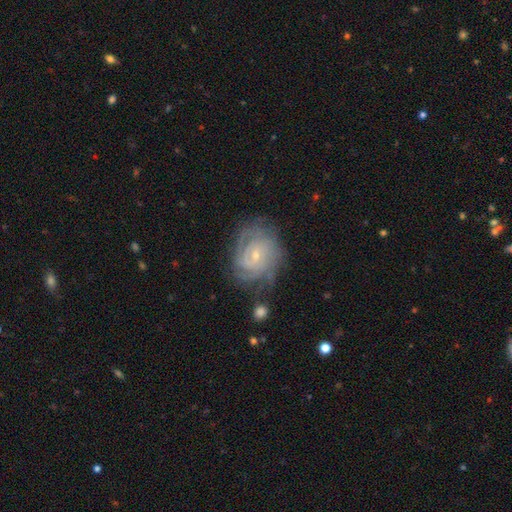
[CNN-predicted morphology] A featured or disk galaxy (83%) with no bar (62%), tight (71%) spiral arms (95%) and a small central bulge (75%).

Vote fractions:
- Smooth or featured? featured or disk: 83% / smooth: 10% / star or artifact: 7%
- Edge-on disk? no: 97% / yes: 3%
- Bar? no: 62% / weak: 32% / strong: 6%
- Spiral arms? yes: 95% / no: 5%
- Spiral winding? tight: 71% / medium: 24% / loose: 5%
- Spiral arm count? can't tell: 34% / 3: 21% / 4: 17% / 2: 16% / more than 4: 7% / 1: 6%
- Bulge size? small: 75% / moderate: 22% / none: 2% / large: 1% / dominant: 1%
- Merging? none: 70% / minor disturbance: 19% / major disturbance: 9% / merger: 2%